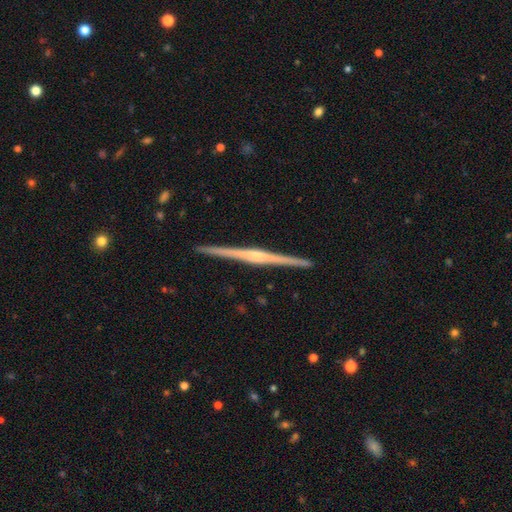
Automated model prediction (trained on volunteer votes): Q: Smooth or featured?
A: featured or disk (85%); runner-up: smooth (10%)
Q: Edge-on disk?
A: yes (99%); runner-up: no (1%)
Q: Edge-on bulge?
A: rounded (65%); runner-up: none (18%)
Q: Merging?
A: none (93%); runner-up: minor disturbance (5%)